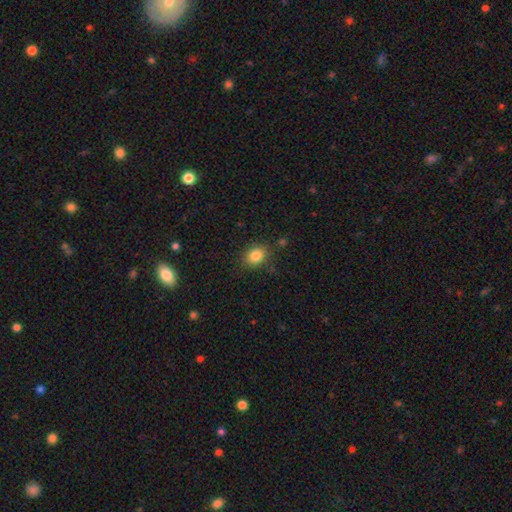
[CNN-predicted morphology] A smooth galaxy with no disk features (84%) that is in between round and cigar-shaped (58%).

Vote fractions:
- Smooth or featured? smooth: 84% / star or artifact: 10% / featured or disk: 6%
- How rounded? in between: 58% / round: 41% / cigar-shaped: 1%
- Merging? none: 83% / minor disturbance: 12% / major disturbance: 3% / merger: 2%